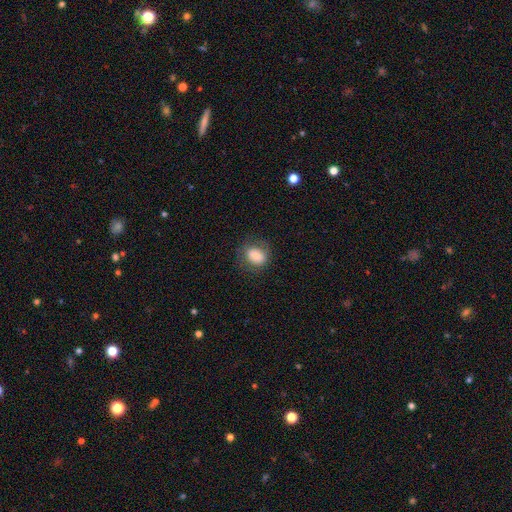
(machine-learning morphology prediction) smooth-or-featured: smooth: 81% | featured or disk: 11% | star or artifact: 8%
  how-rounded: in between: 51% | round: 48% | cigar-shaped: 1%
  merging: none: 73% | minor disturbance: 17% | major disturbance: 8% | merger: 1%